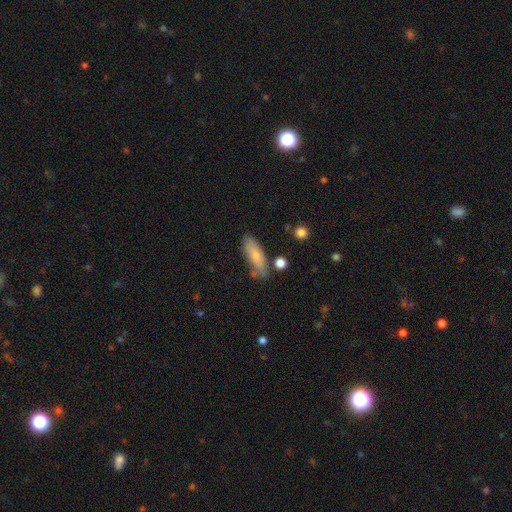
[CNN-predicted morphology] smooth 78%, featured or disk 15%, star or artifact 7%. Down the decision tree: how rounded — in between (58%); merging — none (70%).